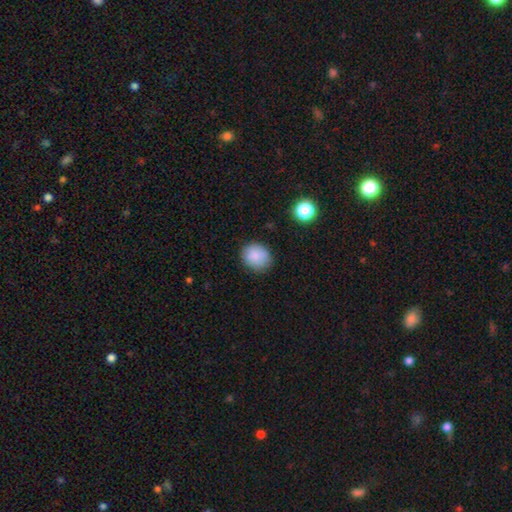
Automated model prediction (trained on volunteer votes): This appears to be a smooth galaxy with no disk features (86%) that is round (73%). Merging: none (82%).